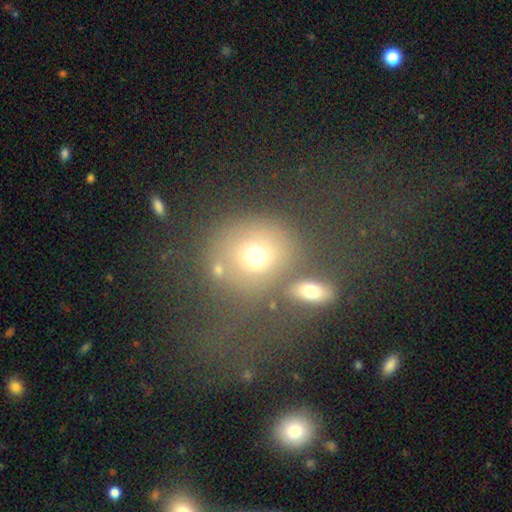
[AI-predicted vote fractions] Smooth or featured?
  - smooth: 67% *
  - featured or disk: 17%
  - star or artifact: 16%
How rounded?
  - round: 76% *
  - in between: 23%
  - cigar-shaped: 1%
Merging?
  - none: 53% *
  - merger: 22%
  - minor disturbance: 13%
  - major disturbance: 12%